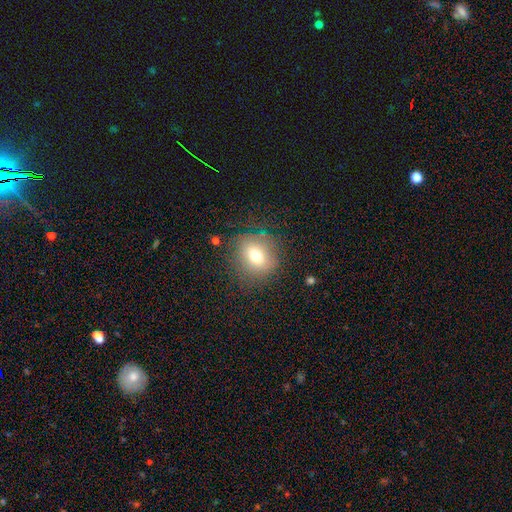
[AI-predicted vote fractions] A smooth galaxy with no disk features (72%) that is round (71%).

Vote fractions:
- Smooth or featured? smooth: 72% / featured or disk: 16% / star or artifact: 12%
- How rounded? round: 71% / in between: 27% / cigar-shaped: 1%
- Merging? none: 78% / minor disturbance: 14% / major disturbance: 6% / merger: 2%